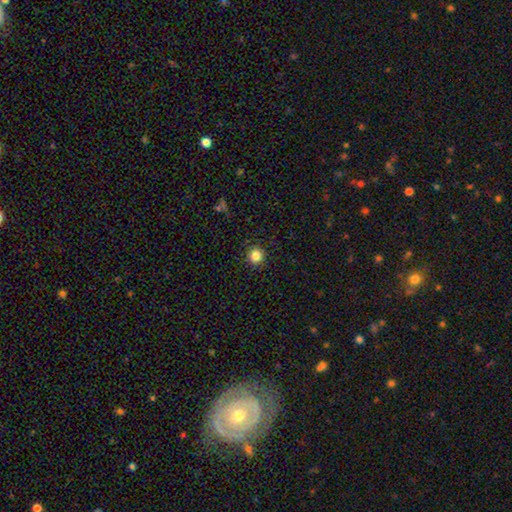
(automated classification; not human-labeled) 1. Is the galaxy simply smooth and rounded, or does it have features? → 84% smooth, 12% star or artifact, 4% featured or disk.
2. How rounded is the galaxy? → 94% round, 5% in between, 1% cigar-shaped.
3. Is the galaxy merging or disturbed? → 92% none, 5% minor disturbance, 2% major disturbance, 1% merger.